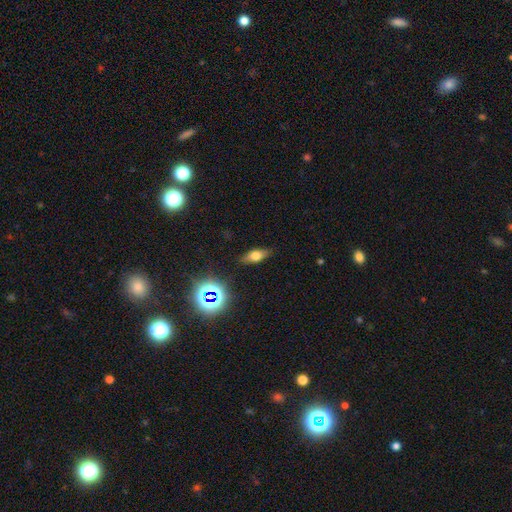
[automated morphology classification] type=smooth (56%); roundness=in between (67%); merging=none (85%).